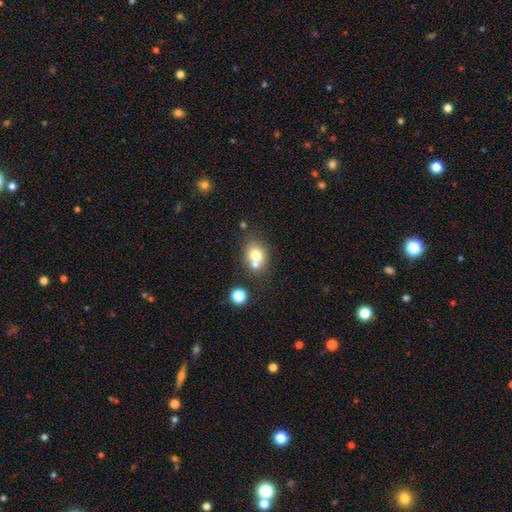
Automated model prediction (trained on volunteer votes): The model was most divided on "merging": none: 50%, merger: 37%, minor disturbance: 10%, major disturbance: 3%. More confident: smooth or featured — smooth (72%); how rounded — round (58%).